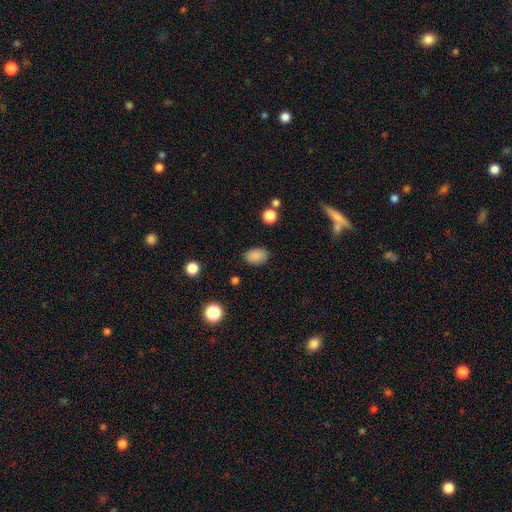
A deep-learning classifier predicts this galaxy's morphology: Smooth or featured?
  - smooth: 86% *
  - star or artifact: 10%
  - featured or disk: 4%
How rounded?
  - in between: 82% *
  - round: 17%
  - cigar-shaped: 1%
Merging?
  - none: 85% *
  - minor disturbance: 10%
  - major disturbance: 3%
  - merger: 1%